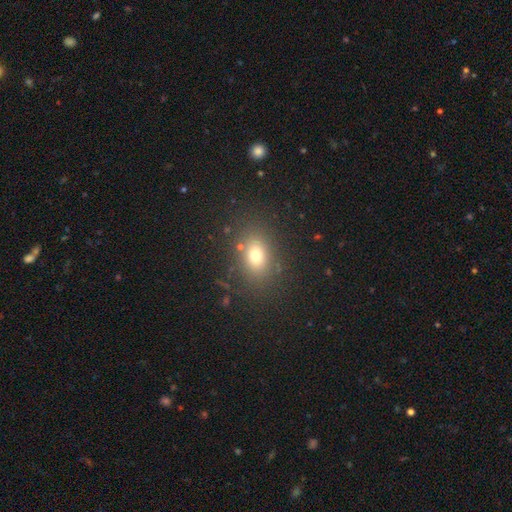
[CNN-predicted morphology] type=smooth (73%); roundness=in between (66%); merging=none (83%).